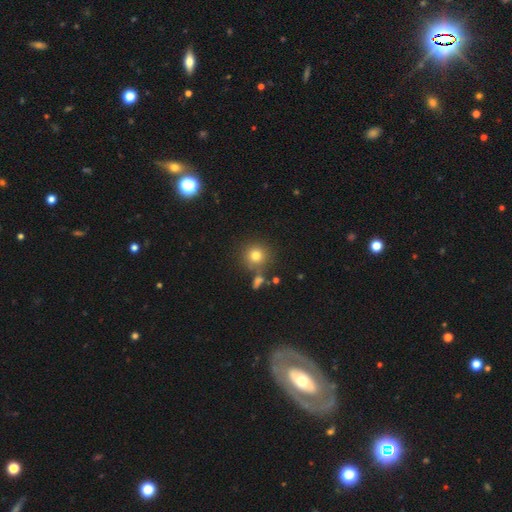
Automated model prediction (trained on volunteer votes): Smooth or featured?
  - smooth: 78% *
  - star or artifact: 13%
  - featured or disk: 9%
How rounded?
  - round: 91% *
  - in between: 8%
  - cigar-shaped: 1%
Merging?
  - none: 75% *
  - merger: 12%
  - minor disturbance: 10%
  - major disturbance: 4%